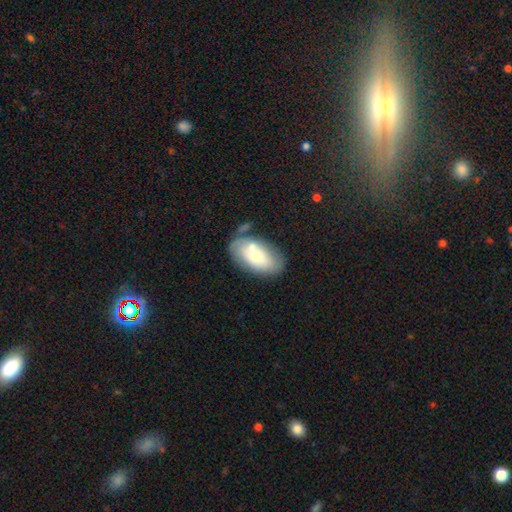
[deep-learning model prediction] smooth_or_featured: smooth (p=0.66) [alt: featured or disk p=0.27]
how_rounded: in between (p=0.93) [alt: round p=0.04]
merging: none (p=0.56) [alt: minor disturbance p=0.21]